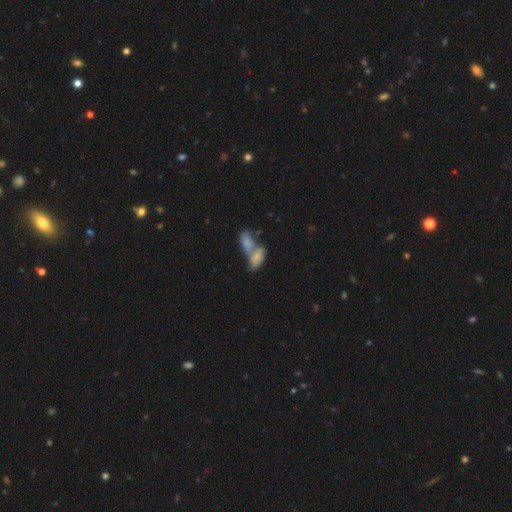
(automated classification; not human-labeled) Smooth or featured? Predicted: smooth (p=0.68). How rounded? Predicted: in between (p=0.88). Merging? Predicted: merger (p=0.75).